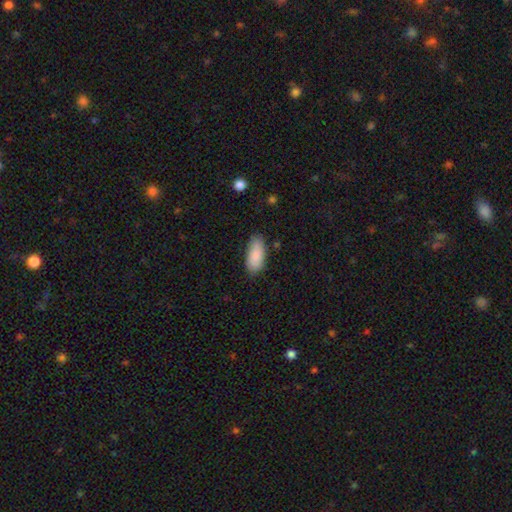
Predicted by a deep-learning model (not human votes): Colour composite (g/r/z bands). It shows a smooth galaxy with no disk features (88%) that is in between round and cigar-shaped (87%). Merging: none (79%).